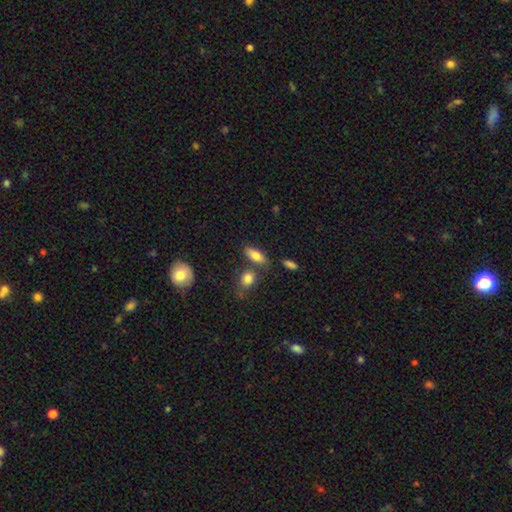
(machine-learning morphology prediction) A smooth galaxy with no disk features (77%) that is in between round and cigar-shaped (72%).

Vote fractions:
- Smooth or featured? smooth: 77% / featured or disk: 15% / star or artifact: 8%
- How rounded? in between: 72% / cigar-shaped: 23% / round: 5%
- Merging? none: 70% / minor disturbance: 14% / merger: 13% / major disturbance: 4%